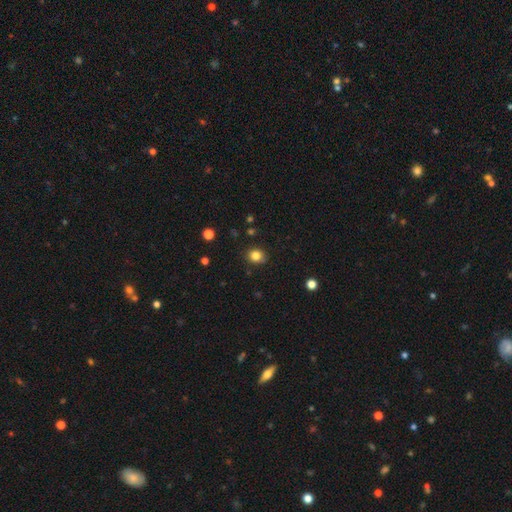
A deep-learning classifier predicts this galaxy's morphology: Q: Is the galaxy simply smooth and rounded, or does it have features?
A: smooth — 83%.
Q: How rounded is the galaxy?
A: round — 74%.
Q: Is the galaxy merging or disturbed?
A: none — 87%.